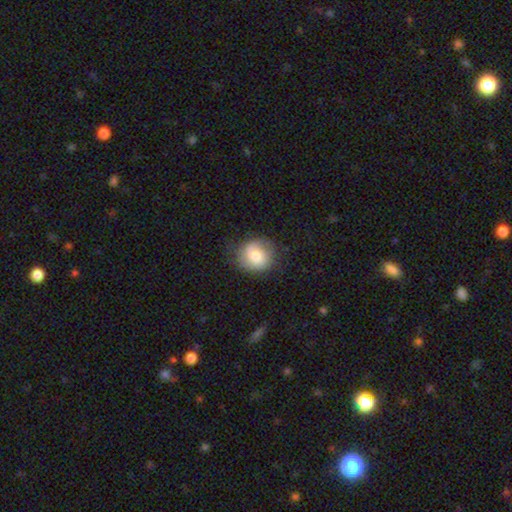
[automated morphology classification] Smooth or featured?
  - smooth: 70% *
  - featured or disk: 22%
  - star or artifact: 8%
How rounded?
  - round: 84% *
  - in between: 15%
  - cigar-shaped: 1%
Merging?
  - none: 72% *
  - minor disturbance: 20%
  - major disturbance: 7%
  - merger: 1%